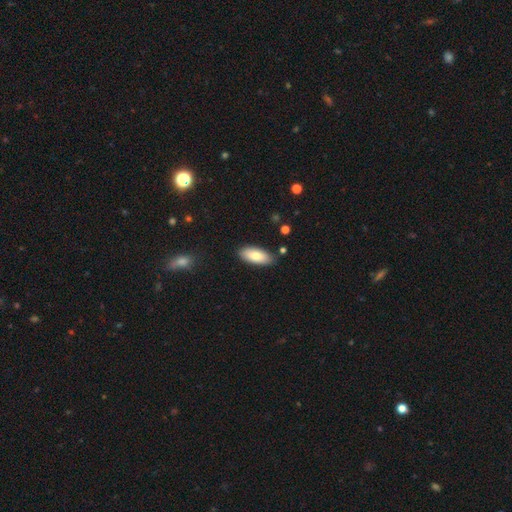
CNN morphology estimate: Overall: smooth (78%). How rounded: in between (86%). Merging: none (85%).